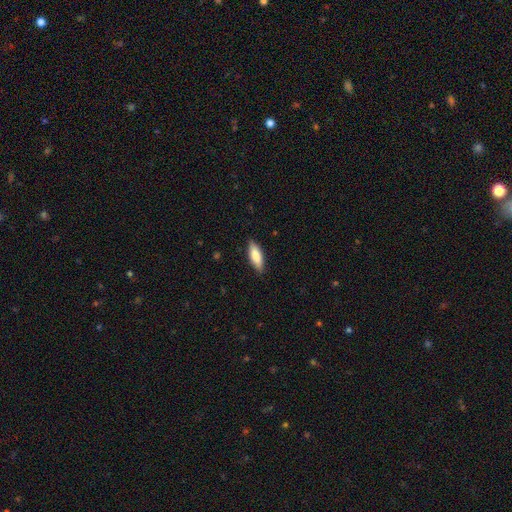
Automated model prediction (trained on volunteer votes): The model was most divided on "how rounded": in between: 61%, cigar-shaped: 37%, round: 2%. More confident: merging — none (87%); smooth or featured — smooth (81%).